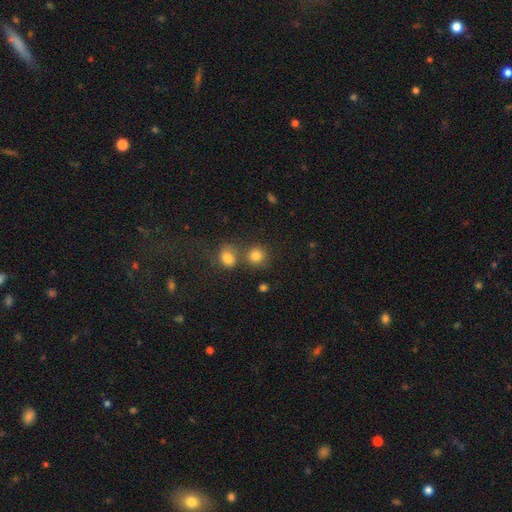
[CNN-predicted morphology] smooth-or-featured: smooth: 81% | star or artifact: 12% | featured or disk: 7%
  how-rounded: round: 83% | in between: 16% | cigar-shaped: 1%
  merging: none: 56% | merger: 31% | minor disturbance: 9% | major disturbance: 4%